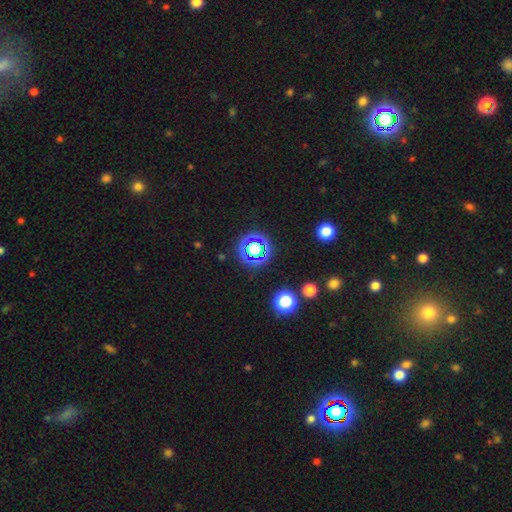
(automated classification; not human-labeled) A star or artifact, not a galaxy (71%).